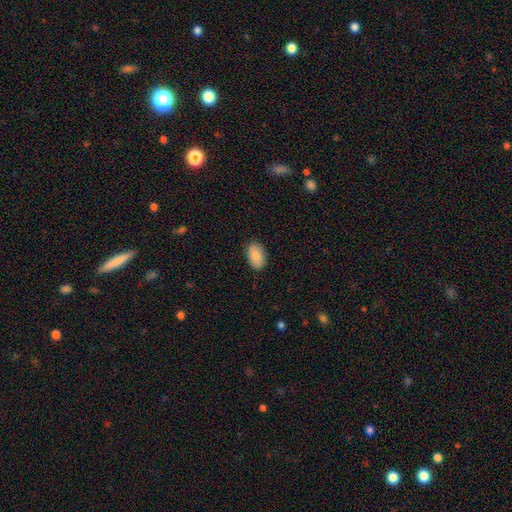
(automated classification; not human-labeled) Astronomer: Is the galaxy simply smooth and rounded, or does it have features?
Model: smooth — 86%.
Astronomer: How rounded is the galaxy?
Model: in between — 92%.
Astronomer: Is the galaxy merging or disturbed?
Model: none — 87%.